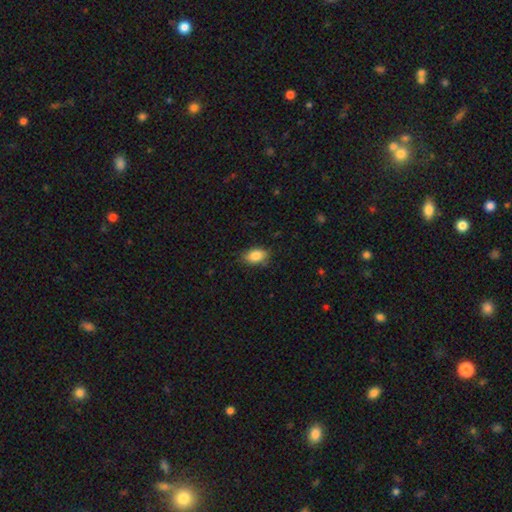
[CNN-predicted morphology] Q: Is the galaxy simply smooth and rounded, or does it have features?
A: smooth — 85%.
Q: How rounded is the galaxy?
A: in between — 89%.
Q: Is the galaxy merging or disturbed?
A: none — 81%.